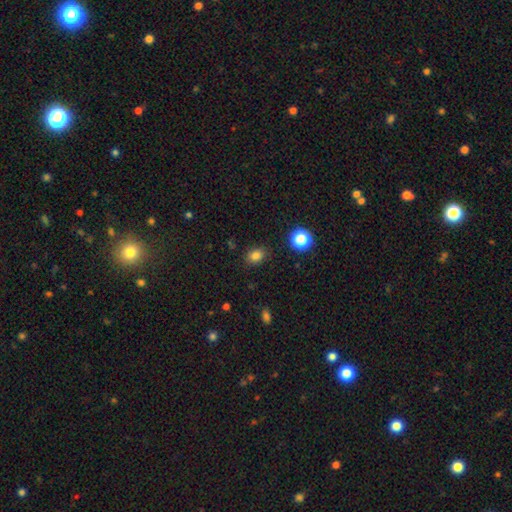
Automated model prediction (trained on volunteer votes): Smooth or featured: smooth — 81% (star or artifact — 14%)
How rounded: in between — 55% (round — 44%)
Merging: none — 86% (minor disturbance — 10%)